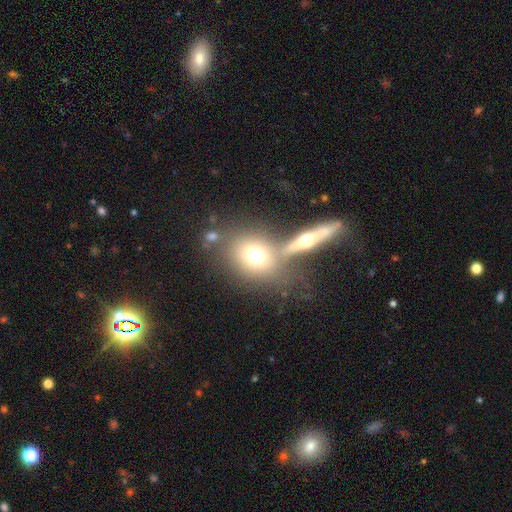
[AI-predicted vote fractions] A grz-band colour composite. It shows a smooth galaxy with no disk features (65%) that is round (59%). Merging: none (48%).